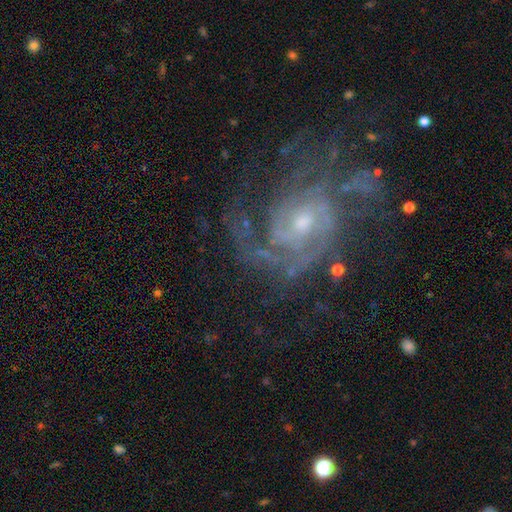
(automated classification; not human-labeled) A featured or disk galaxy (86%) with no bar (59%), 2 (31%) tight (45%) spiral arms (95%) and a small central bulge (50%).

Vote fractions:
- Smooth or featured? featured or disk: 86% / star or artifact: 8% / smooth: 6%
- Edge-on disk? no: 98% / yes: 2%
- Bar? no: 59% / weak: 34% / strong: 7%
- Spiral arms? yes: 95% / no: 5%
- Spiral winding? tight: 45% / medium: 42% / loose: 13%
- Spiral arm count? 2: 31% / can't tell: 27% / 3: 20% / 4: 9% / 1: 8% / more than 4: 6%
- Bulge size? small: 50% / moderate: 43% / large: 3% / none: 3% / dominant: 1%
- Merging? none: 59% / major disturbance: 21% / minor disturbance: 18% / merger: 3%